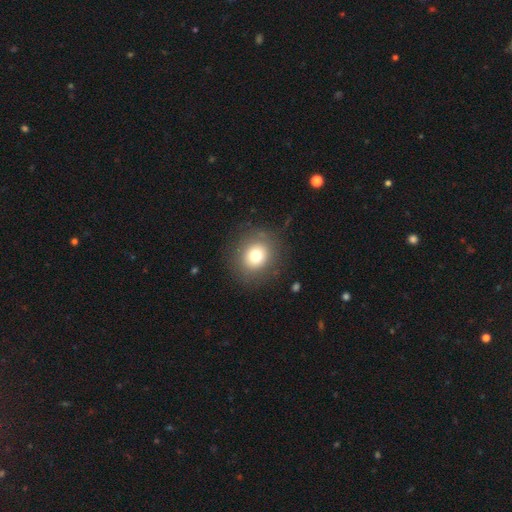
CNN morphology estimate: This is likely a smooth galaxy (74%). How rounded: clearly round (84%). Merging: clearly none (86%).